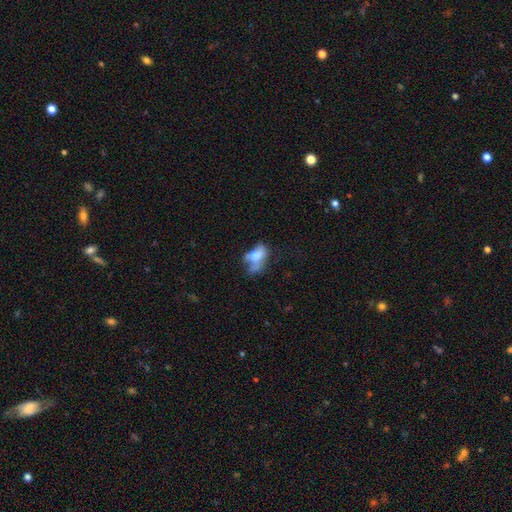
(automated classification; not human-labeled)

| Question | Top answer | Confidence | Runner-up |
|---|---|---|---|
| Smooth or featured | smooth | 58% | featured or disk (31%) |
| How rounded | in between | 85% | round (11%) |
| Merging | merger | 31% | major disturbance (26%) |